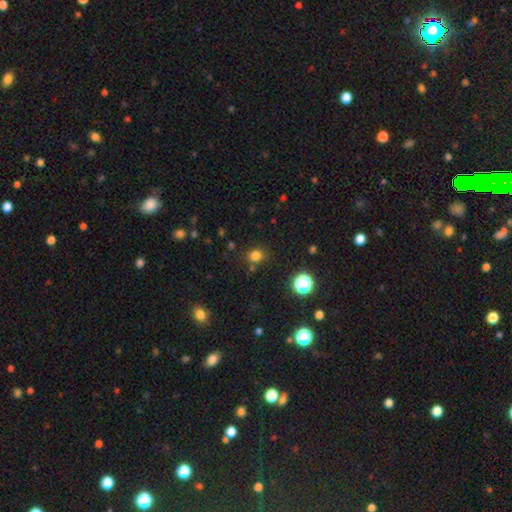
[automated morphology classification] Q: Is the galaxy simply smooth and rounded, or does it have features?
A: smooth — 77%.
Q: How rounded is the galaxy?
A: round — 75%.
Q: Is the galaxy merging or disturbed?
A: none — 80%.